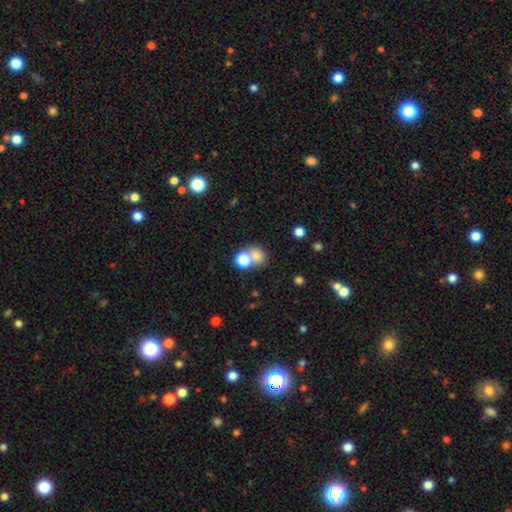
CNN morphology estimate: smooth_or_featured: smooth (p=0.75) [alt: star or artifact p=0.15]
how_rounded: round (p=0.64) [alt: in between p=0.35]
merging: merger (p=0.45) [alt: none p=0.42]